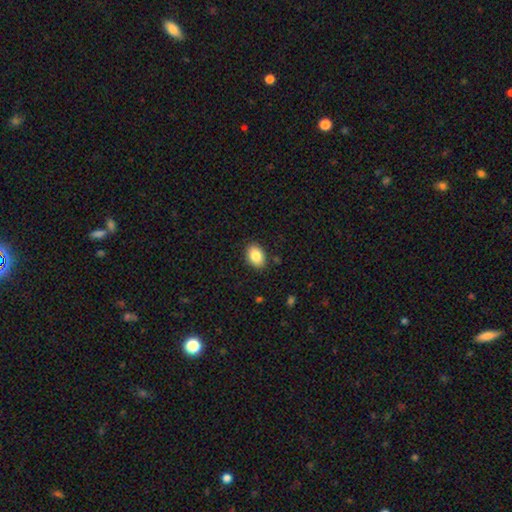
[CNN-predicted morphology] smooth 85%, star or artifact 8%, featured or disk 7%. Down the decision tree: how rounded — in between (80%); merging — none (88%).